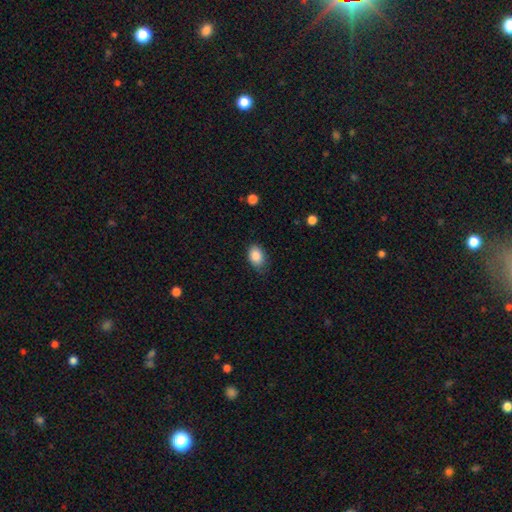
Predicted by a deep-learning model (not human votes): Overall: smooth (87%). How rounded: in between (83%). Merging: none (79%).